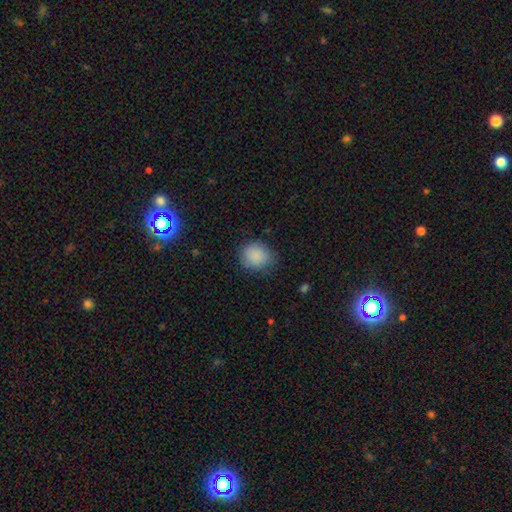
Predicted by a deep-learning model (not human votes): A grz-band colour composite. It shows a smooth galaxy with no disk features (88%) that is round (78%). Merging: none (78%).